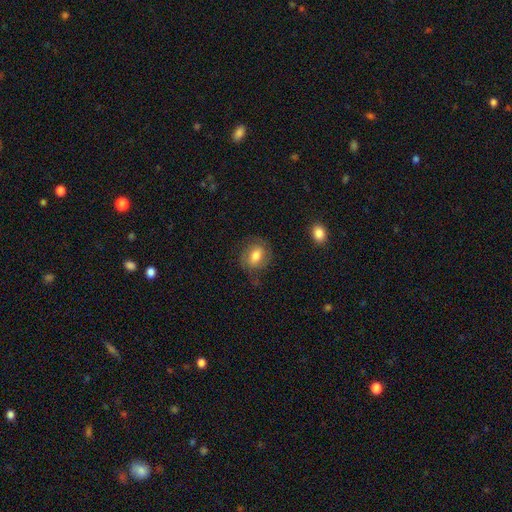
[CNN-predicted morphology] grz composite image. It shows a smooth galaxy with no disk features (61%) that is in between round and cigar-shaped (59%). Merging: none (71%).